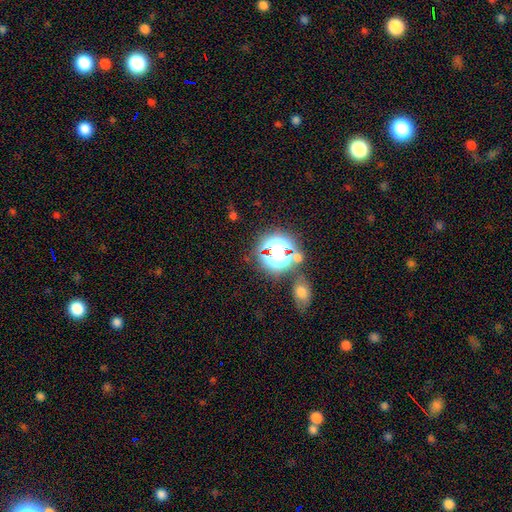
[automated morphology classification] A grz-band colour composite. It shows a star or artifact, not a galaxy (76%).